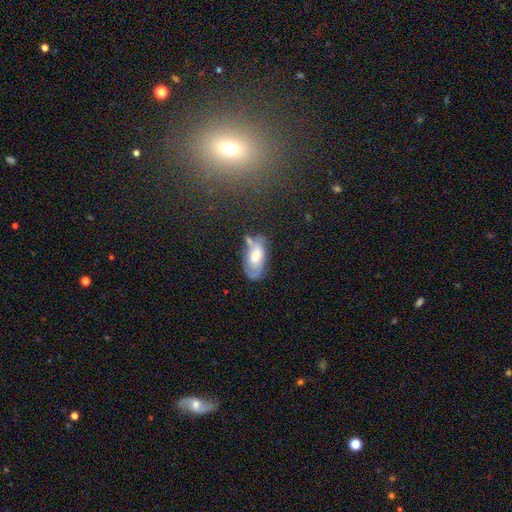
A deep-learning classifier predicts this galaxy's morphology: Smooth or featured? smooth (51%)
How rounded? in between (90%)
Merging? none (48%)